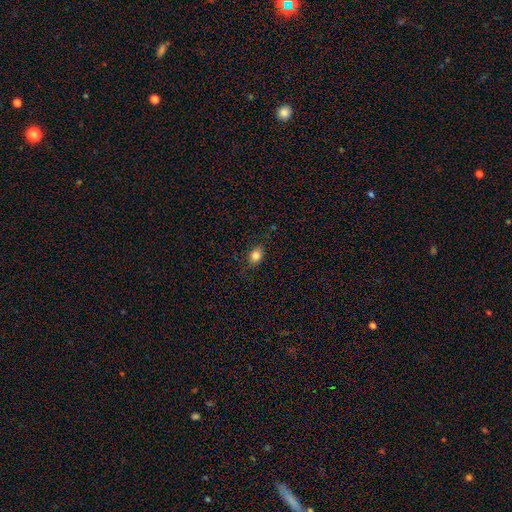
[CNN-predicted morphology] This appears to be a smooth galaxy with no disk features (83%) that is in between round and cigar-shaped (66%). Merging: none (81%).